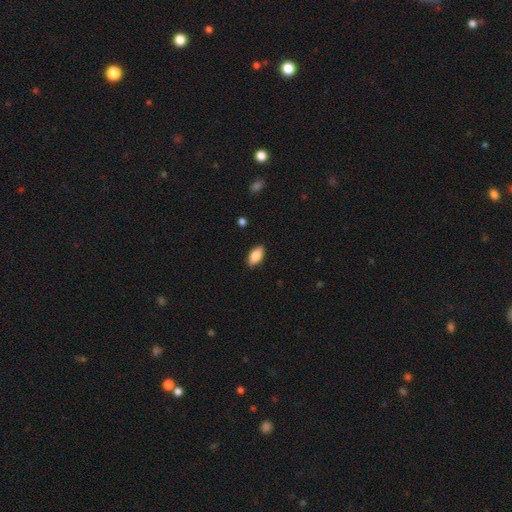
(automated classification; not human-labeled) Smooth or featured? Predicted: smooth (p=0.84). How rounded? Predicted: in between (p=0.91). Merging? Predicted: none (p=0.88).